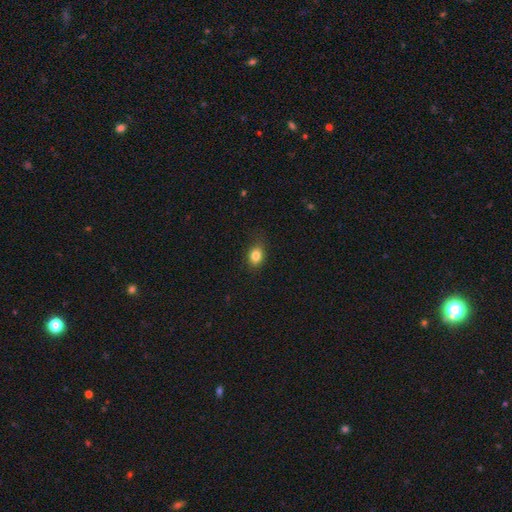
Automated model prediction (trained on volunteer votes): smooth_or_featured: smooth (p=0.83) [alt: star or artifact p=0.10]
how_rounded: in between (p=0.60) [alt: round p=0.39]
merging: none (p=0.80) [alt: minor disturbance p=0.16]